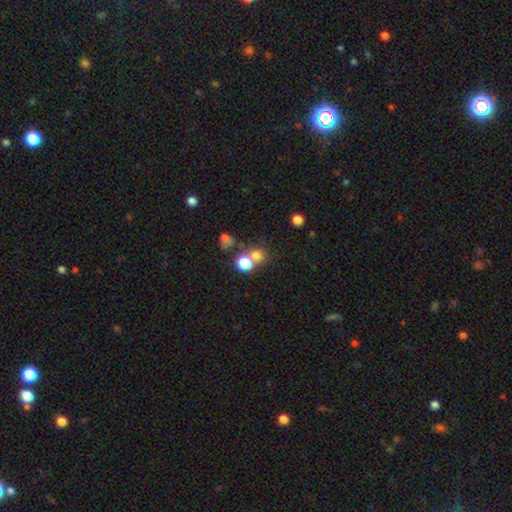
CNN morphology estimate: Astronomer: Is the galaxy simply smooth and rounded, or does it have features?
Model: smooth — 73%.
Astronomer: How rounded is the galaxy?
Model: round — 82%.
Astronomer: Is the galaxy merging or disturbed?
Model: none — 50% (runner-up: merger, 38%).